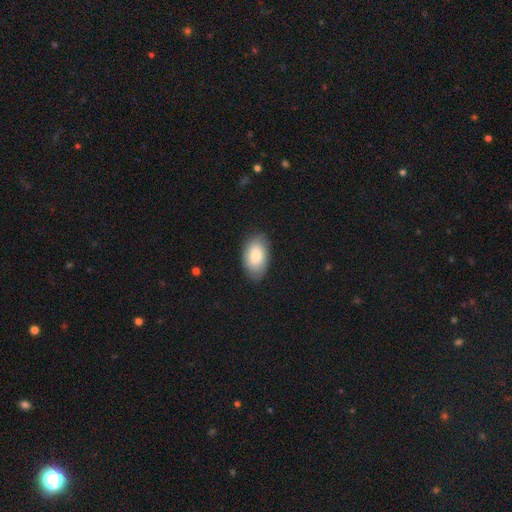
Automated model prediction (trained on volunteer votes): smooth-or-featured: smooth: 85% | featured or disk: 10% | star or artifact: 6%
  how-rounded: in between: 94% | round: 5% | cigar-shaped: 1%
  merging: none: 83% | minor disturbance: 13% | major disturbance: 3% | merger: 1%